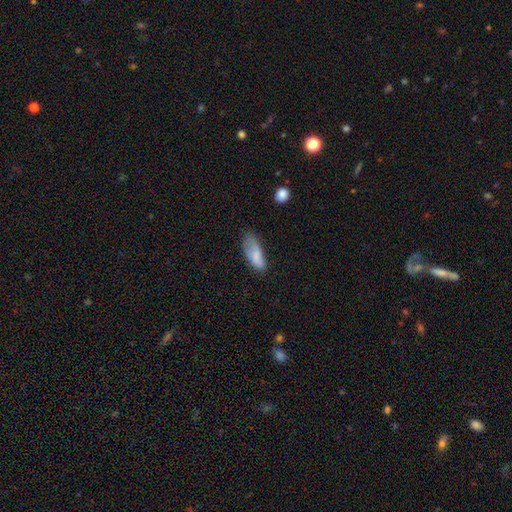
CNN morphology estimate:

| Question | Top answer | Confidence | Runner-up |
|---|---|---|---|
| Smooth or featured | smooth | 81% | featured or disk (12%) |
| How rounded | in between | 78% | cigar-shaped (20%) |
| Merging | none | 44% | minor disturbance (38%) |